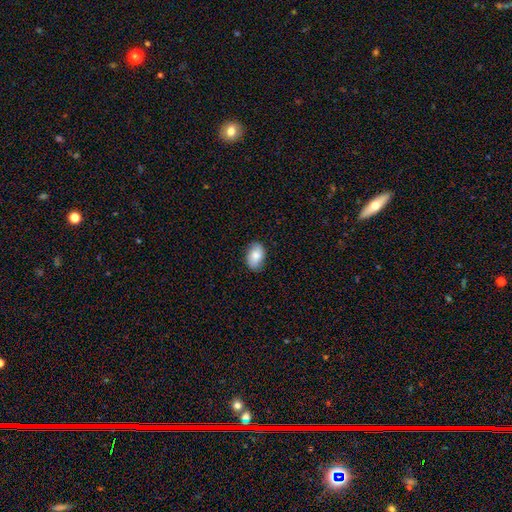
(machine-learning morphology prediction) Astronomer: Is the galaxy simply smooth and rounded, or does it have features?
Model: smooth — 81%.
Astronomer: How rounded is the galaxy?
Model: in between — 89%.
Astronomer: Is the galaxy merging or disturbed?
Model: none — 83%.